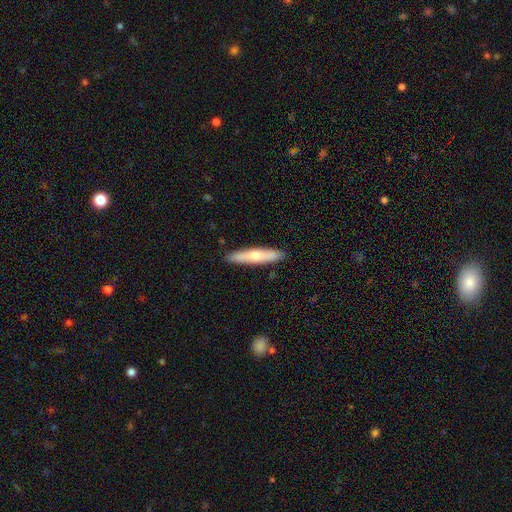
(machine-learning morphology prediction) smooth 63%, featured or disk 32%, star or artifact 5%. Down the decision tree: how rounded — cigar-shaped (87%); merging — none (89%).